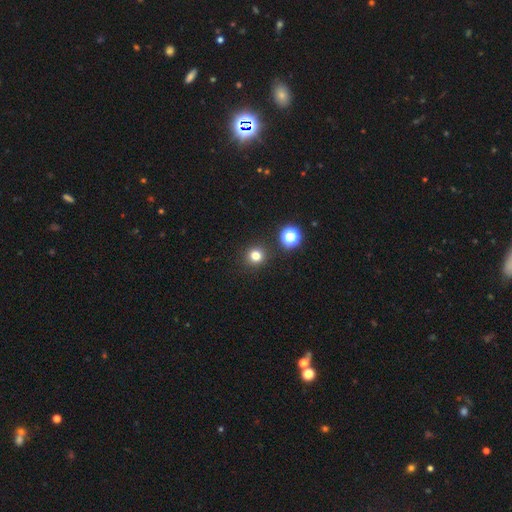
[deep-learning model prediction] Smooth or featured? smooth (77%)
How rounded? round (93%)
Merging? none (90%)